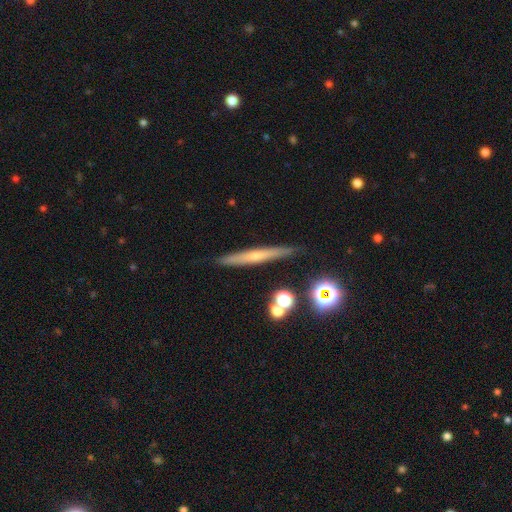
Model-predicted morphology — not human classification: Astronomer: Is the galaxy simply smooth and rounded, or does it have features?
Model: featured or disk — 51% (runner-up: smooth, 39%).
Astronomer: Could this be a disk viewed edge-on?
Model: yes — 94%.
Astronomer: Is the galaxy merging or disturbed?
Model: none — 87%.